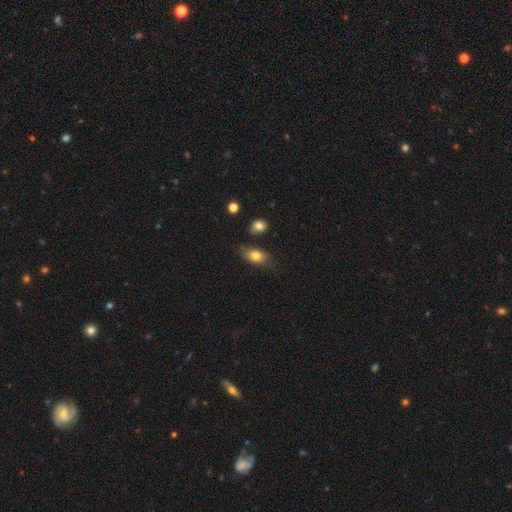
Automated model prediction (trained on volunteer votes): Smooth or featured? Predicted: smooth (p=0.78). How rounded? Predicted: in between (p=0.81). Merging? Predicted: none (p=0.62).